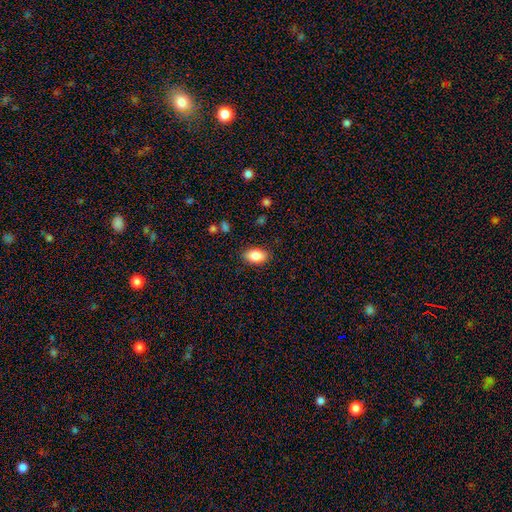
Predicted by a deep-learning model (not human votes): Overall: smooth (86%). How rounded: in between (91%). Merging: none (86%).